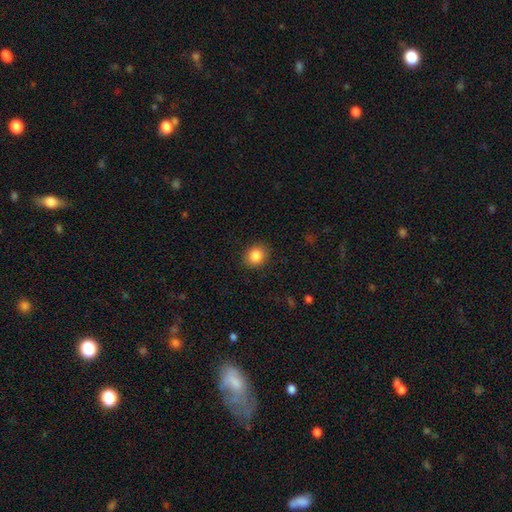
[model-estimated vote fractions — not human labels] smooth-or-featured: smooth: 86% | star or artifact: 9% | featured or disk: 5%
  how-rounded: round: 72% | in between: 28% | cigar-shaped: 1%
  merging: none: 89% | minor disturbance: 8% | major disturbance: 2% | merger: 1%